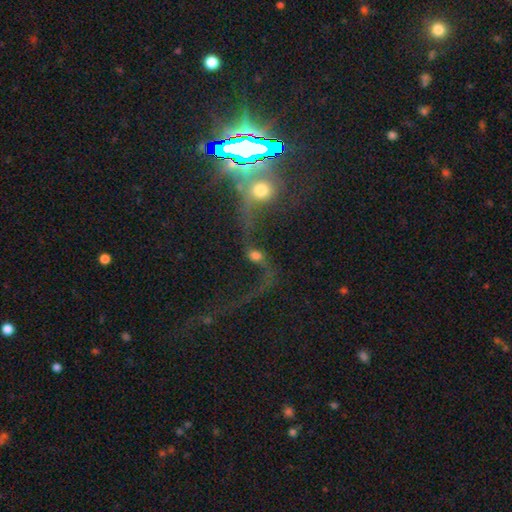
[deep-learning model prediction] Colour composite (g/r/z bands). It shows a featured or disk galaxy (61%) with no bar (58%), spiral arms (79%) and a moderate central bulge (41%). Merging: merger (34%).